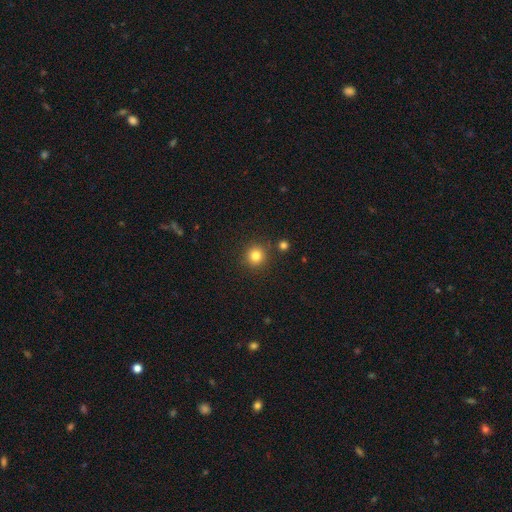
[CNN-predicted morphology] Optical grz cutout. It shows a smooth galaxy with no disk features (82%) that is round (94%). Merging: none (87%).